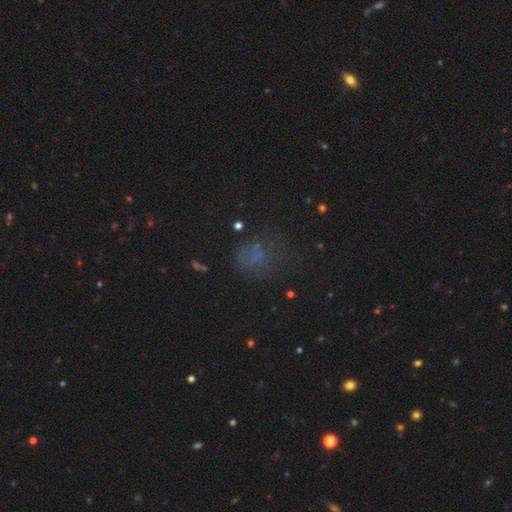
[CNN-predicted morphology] Smooth or featured?
  - smooth: 48% *
  - star or artifact: 34%
  - featured or disk: 18%
Merging?
  - none: 54% *
  - major disturbance: 22%
  - minor disturbance: 20%
  - merger: 4%